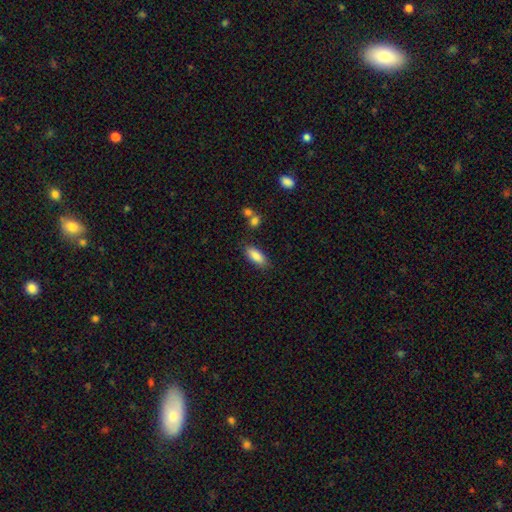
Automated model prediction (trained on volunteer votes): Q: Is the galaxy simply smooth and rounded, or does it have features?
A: smooth — 86%.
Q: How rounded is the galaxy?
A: in between — 79%.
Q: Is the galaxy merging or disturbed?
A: none — 82%.